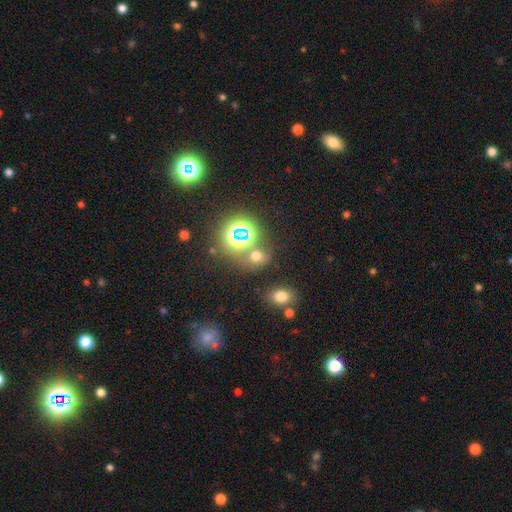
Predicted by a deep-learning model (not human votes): This is possibly a smooth galaxy (53%). How rounded: likely round (65%). Merging: likely none (68%).